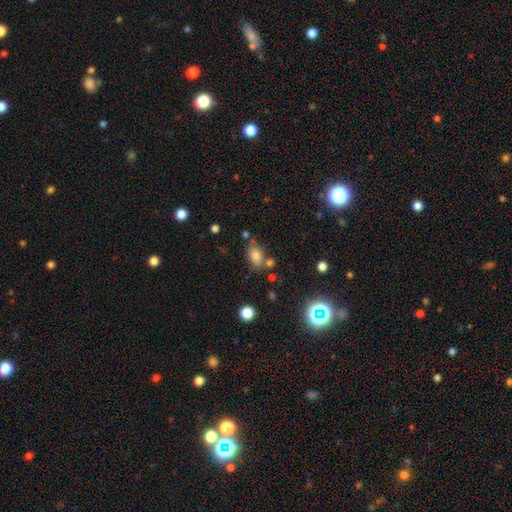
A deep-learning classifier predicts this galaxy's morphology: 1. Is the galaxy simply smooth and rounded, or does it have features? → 77% smooth, 12% star or artifact, 11% featured or disk.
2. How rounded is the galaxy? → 83% in between, 14% round, 3% cigar-shaped.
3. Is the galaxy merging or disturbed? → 67% none, 16% minor disturbance, 13% merger, 5% major disturbance.